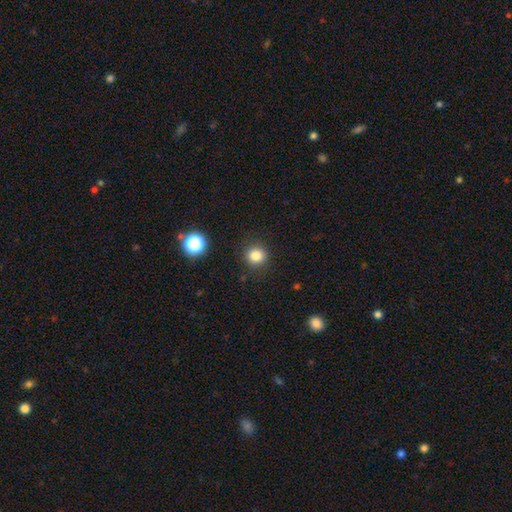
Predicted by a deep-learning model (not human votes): Smooth or featured? smooth (82%)
How rounded? round (91%)
Merging? none (89%)